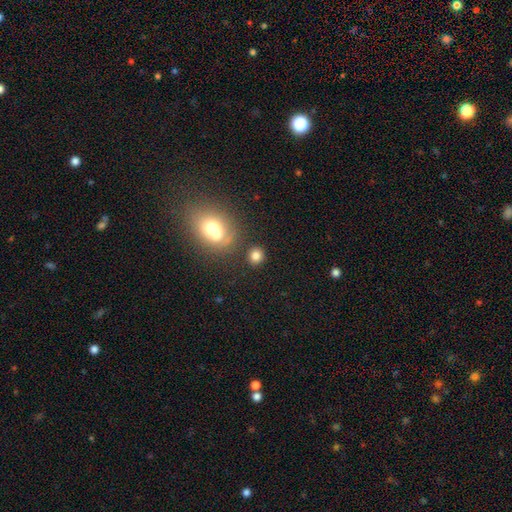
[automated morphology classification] A smooth galaxy with no disk features (80%) that is round (82%).

Vote fractions:
- Smooth or featured? smooth: 80% / star or artifact: 13% / featured or disk: 7%
- How rounded? round: 82% / in between: 17% / cigar-shaped: 1%
- Merging? none: 79% / merger: 10% / minor disturbance: 8% / major disturbance: 3%